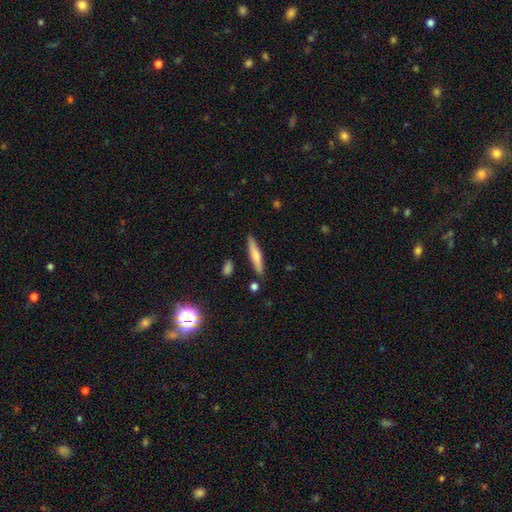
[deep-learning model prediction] Smooth or featured: smooth — 64% (featured or disk — 30%)
How rounded: cigar-shaped — 87% (in between — 11%)
Merging: none — 86% (minor disturbance — 9%)